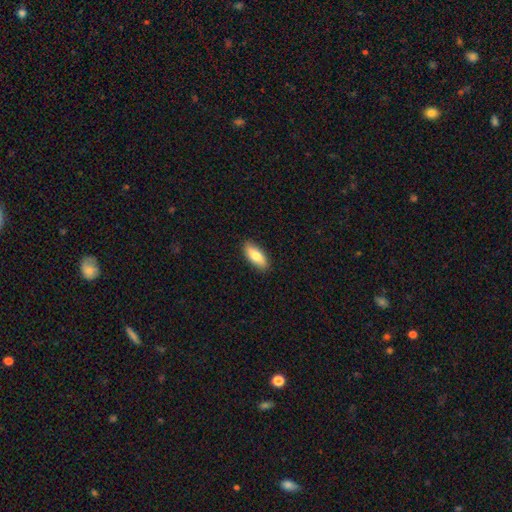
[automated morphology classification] Smooth or featured? smooth (79%)
How rounded? in between (79%)
Merging? none (89%)